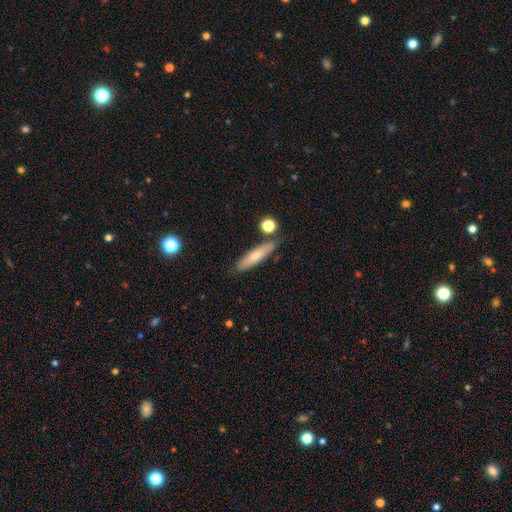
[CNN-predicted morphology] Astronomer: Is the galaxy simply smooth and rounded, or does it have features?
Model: smooth — 66%.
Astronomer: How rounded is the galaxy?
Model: cigar-shaped — 77%.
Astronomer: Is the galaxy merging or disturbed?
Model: none — 78%.